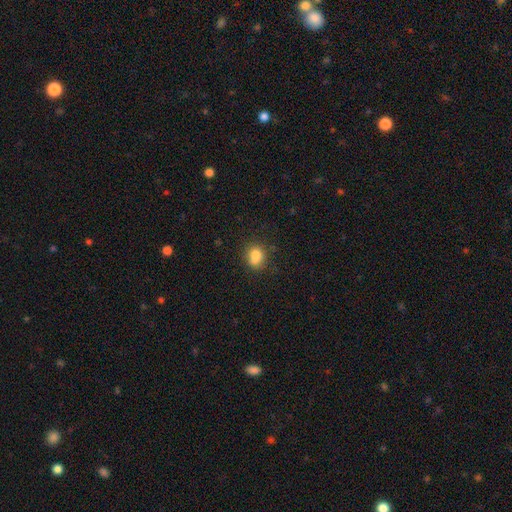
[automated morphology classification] smooth-or-featured: smooth: 77% | featured or disk: 11% | star or artifact: 11%
  how-rounded: round: 68% | in between: 31% | cigar-shaped: 1%
  merging: none: 55% | merger: 22% | minor disturbance: 17% | major disturbance: 5%